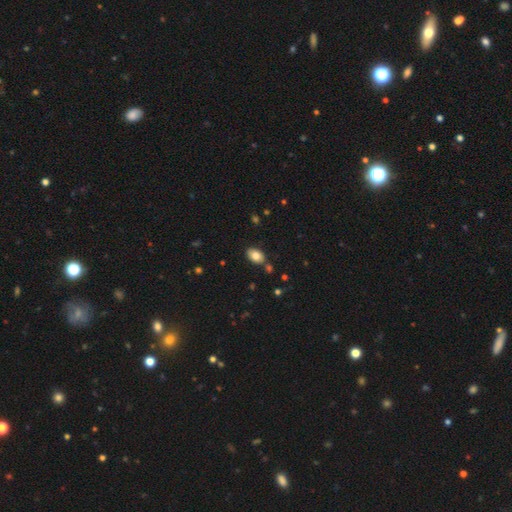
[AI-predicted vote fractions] smooth_or_featured: smooth (p=0.80) [alt: featured or disk p=0.12]
how_rounded: in between (p=0.89) [alt: round p=0.09]
merging: none (p=0.80) [alt: minor disturbance p=0.12]